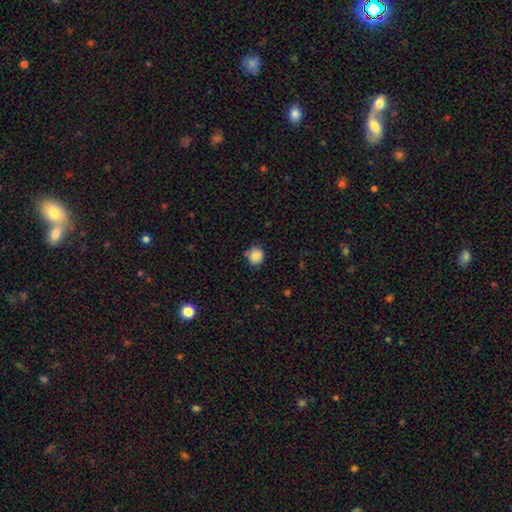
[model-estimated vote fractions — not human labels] Smooth or featured? Predicted: smooth (p=0.86). How rounded? Predicted: round (p=0.88). Merging? Predicted: none (p=0.73).